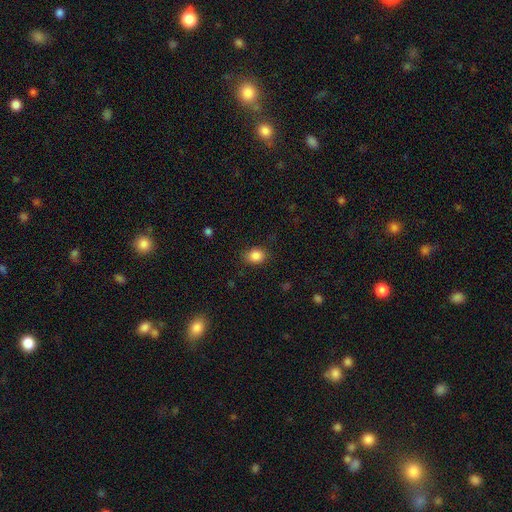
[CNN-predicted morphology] smooth_or_featured: smooth (p=0.87) [alt: star or artifact p=0.09]
how_rounded: in between (p=0.55) [alt: round p=0.44]
merging: none (p=0.85) [alt: minor disturbance p=0.11]